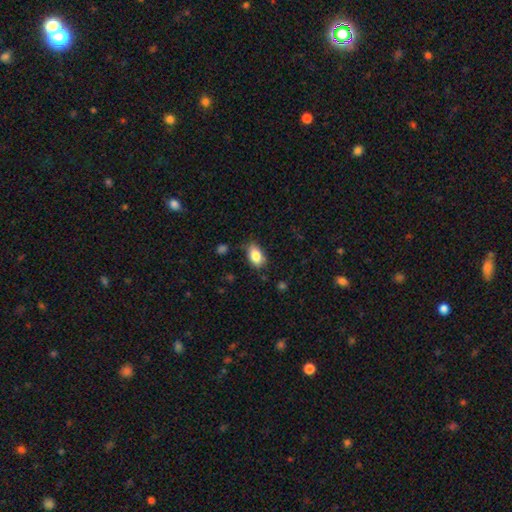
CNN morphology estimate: smooth_or_featured: smooth (p=0.84) [alt: featured or disk p=0.09]
how_rounded: in between (p=0.88) [alt: round p=0.10]
merging: none (p=0.74) [alt: minor disturbance p=0.20]